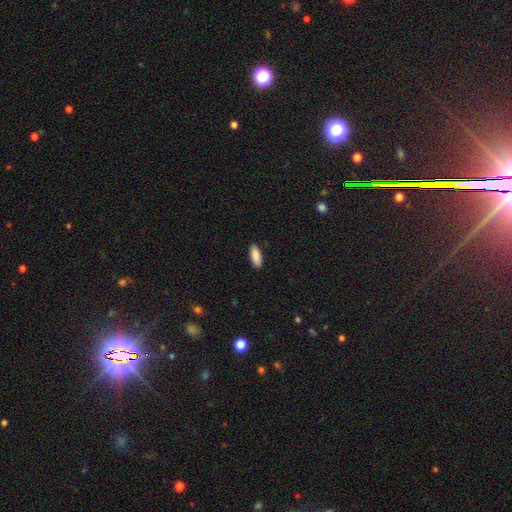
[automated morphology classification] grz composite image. It shows a smooth galaxy with no disk features (90%) that is in between round and cigar-shaped (77%). Merging: none (89%).